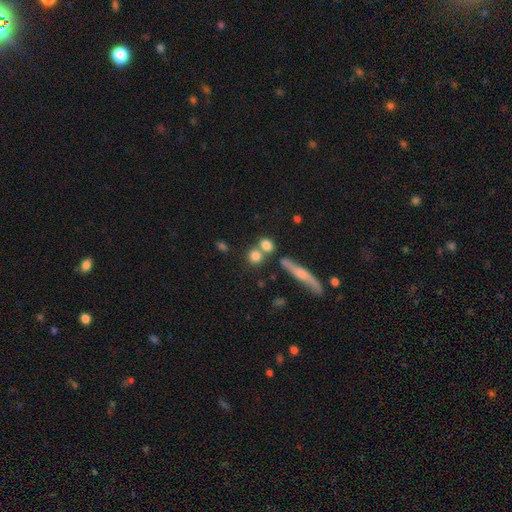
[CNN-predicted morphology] The model was most divided on "merging": none: 56%, merger: 31%, minor disturbance: 9%, major disturbance: 4%. More confident: smooth or featured — smooth (78%); how rounded — round (77%).